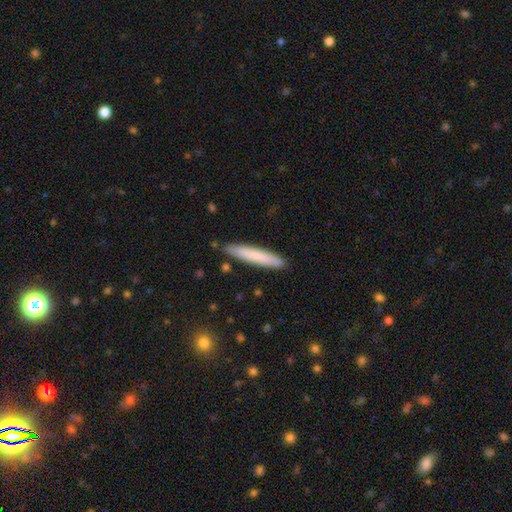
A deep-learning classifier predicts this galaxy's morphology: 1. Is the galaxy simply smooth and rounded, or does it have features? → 77% smooth, 17% featured or disk, 6% star or artifact.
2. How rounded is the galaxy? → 93% cigar-shaped, 6% in between, 1% round.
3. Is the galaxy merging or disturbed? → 88% none, 9% minor disturbance, 2% merger, 2% major disturbance.